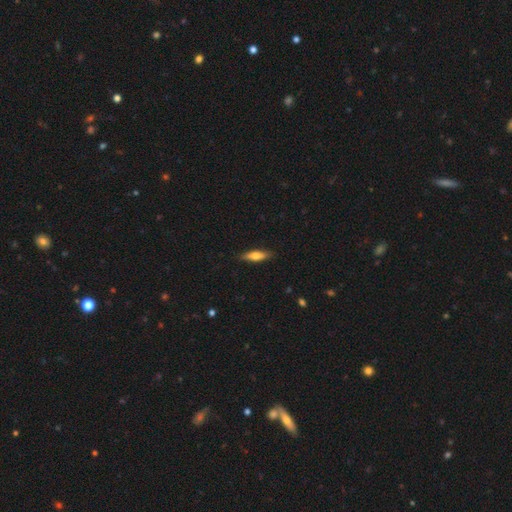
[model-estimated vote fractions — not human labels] Smooth or featured? Predicted: smooth (p=0.59). How rounded? Predicted: cigar-shaped (p=0.65). Merging? Predicted: none (p=0.87).